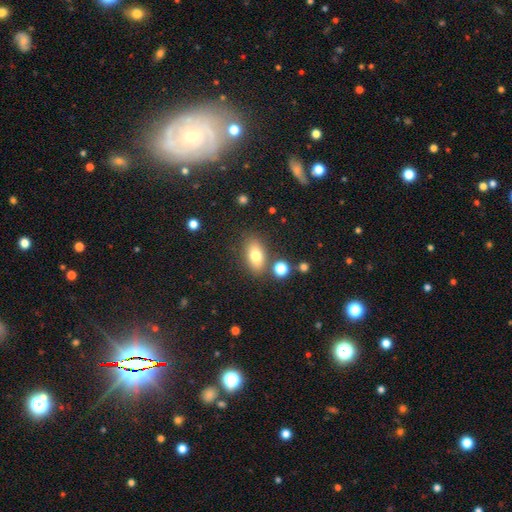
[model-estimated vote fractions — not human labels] smooth_or_featured: smooth (p=0.76) [alt: featured or disk p=0.14]
how_rounded: in between (p=0.85) [alt: round p=0.08]
merging: none (p=0.78) [alt: minor disturbance p=0.11]